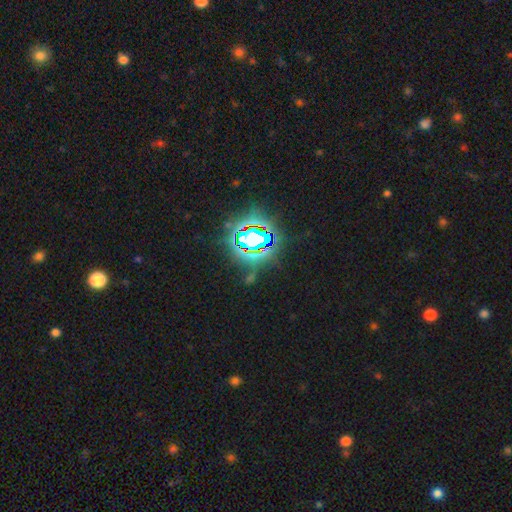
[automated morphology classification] Smooth or featured: star or artifact — 84% (smooth — 9%)